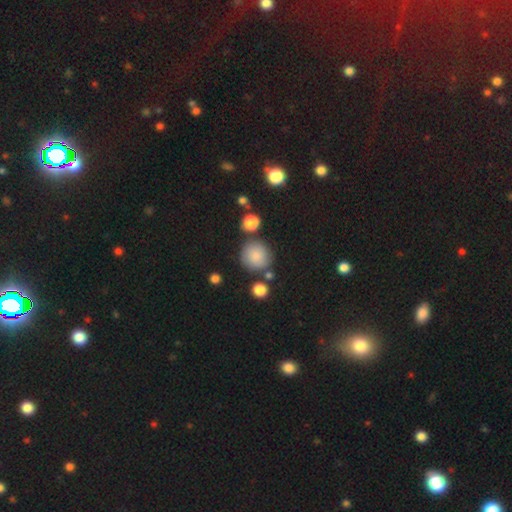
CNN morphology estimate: Q: Smooth or featured?
A: smooth (82%); runner-up: star or artifact (9%)
Q: How rounded?
A: round (91%); runner-up: in between (8%)
Q: Merging?
A: none (74%); runner-up: minor disturbance (13%)